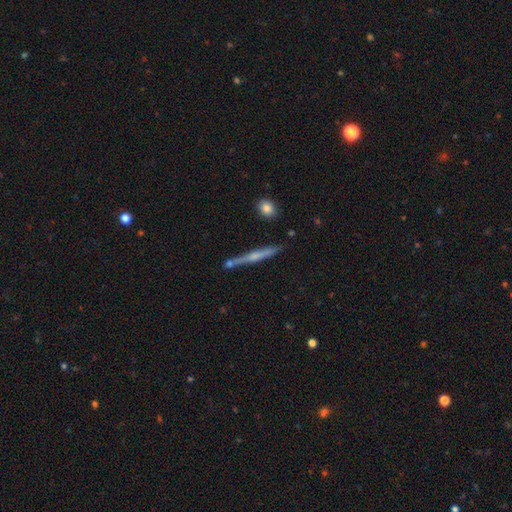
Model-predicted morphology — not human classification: smooth-or-featured: featured or disk: 60% | smooth: 33% | star or artifact: 7%
  disk-edge-on: yes: 96% | no: 4%
    edge-on-bulge: rounded: 54% | none: 36% | boxy: 10%
  merging: none: 77% | minor disturbance: 12% | merger: 8% | major disturbance: 3%